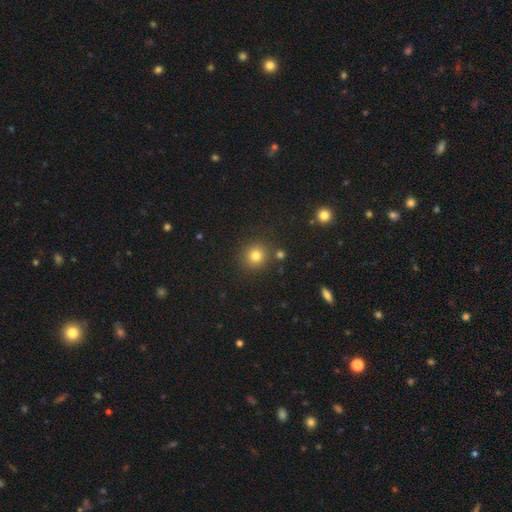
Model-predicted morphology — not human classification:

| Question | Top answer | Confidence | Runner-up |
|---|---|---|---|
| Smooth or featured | smooth | 79% | star or artifact (15%) |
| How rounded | round | 91% | in between (8%) |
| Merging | none | 84% | minor disturbance (8%) |